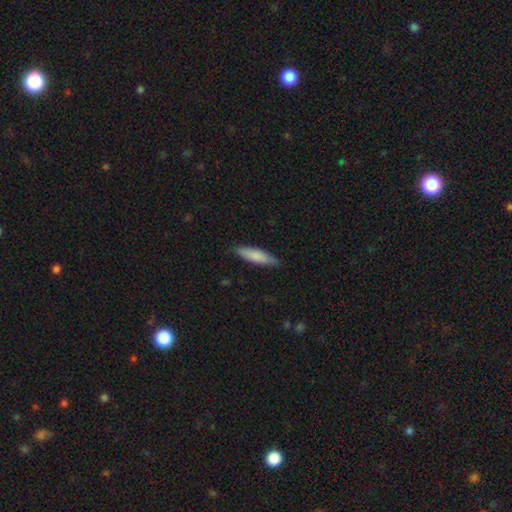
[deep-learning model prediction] This is likely a smooth galaxy (79%). How rounded: likely cigar-shaped (72%). Merging: clearly none (85%).